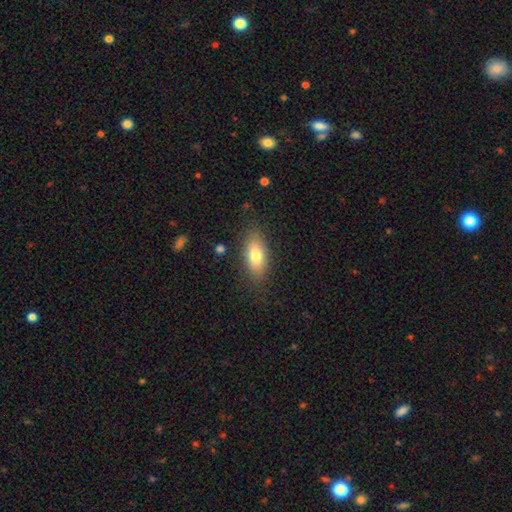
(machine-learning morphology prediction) Smooth or featured?
  - smooth: 77% *
  - featured or disk: 16%
  - star or artifact: 7%
How rounded?
  - in between: 85% *
  - cigar-shaped: 11%
  - round: 4%
Merging?
  - none: 82% *
  - minor disturbance: 13%
  - major disturbance: 4%
  - merger: 2%